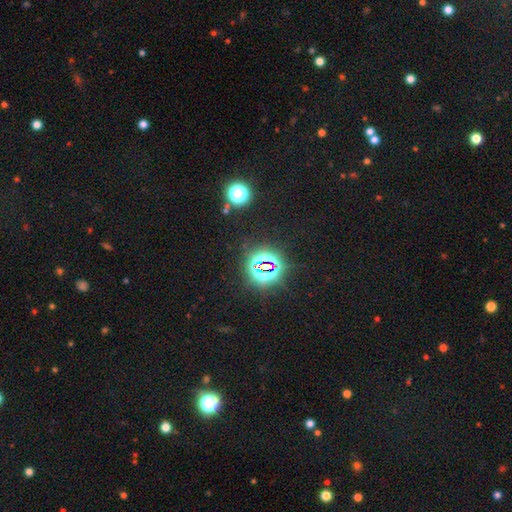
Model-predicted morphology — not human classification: Smooth or featured?
  - star or artifact: 82% *
  - smooth: 12%
  - featured or disk: 6%